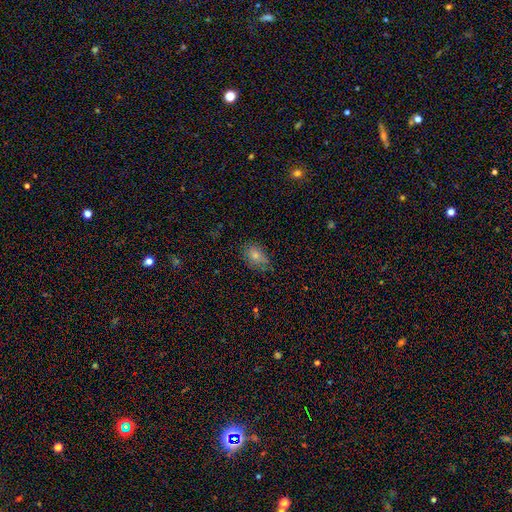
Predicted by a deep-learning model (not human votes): Q: Smooth or featured?
A: smooth (79%); runner-up: star or artifact (11%)
Q: How rounded?
A: in between (72%); runner-up: round (26%)
Q: Merging?
A: none (71%); runner-up: minor disturbance (22%)